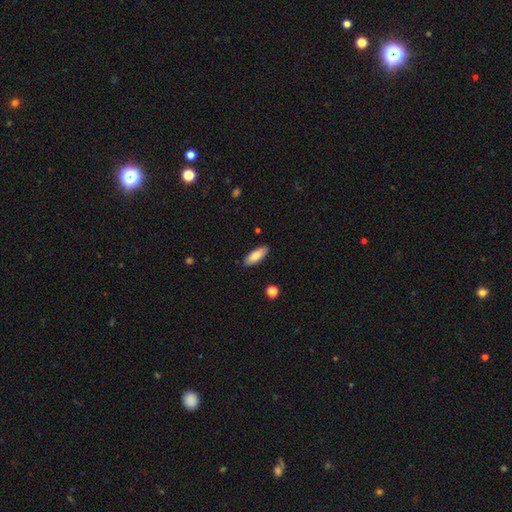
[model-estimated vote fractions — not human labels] smooth 81%, featured or disk 13%, star or artifact 6%. Down the decision tree: how rounded — in between (74%); merging — none (87%).